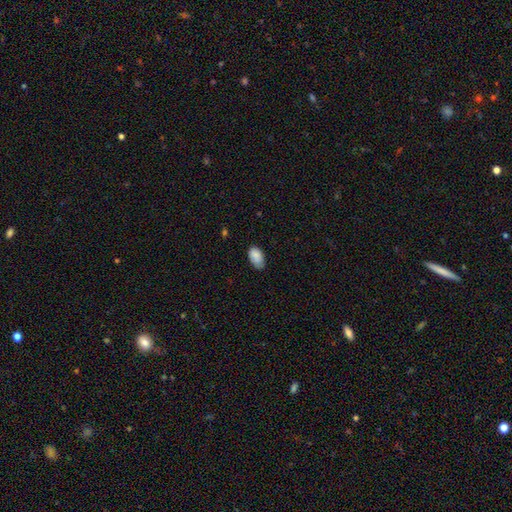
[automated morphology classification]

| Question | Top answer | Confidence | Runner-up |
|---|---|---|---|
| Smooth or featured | smooth | 85% | featured or disk (8%) |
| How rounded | in between | 93% | round (5%) |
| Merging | none | 61% | minor disturbance (32%) |